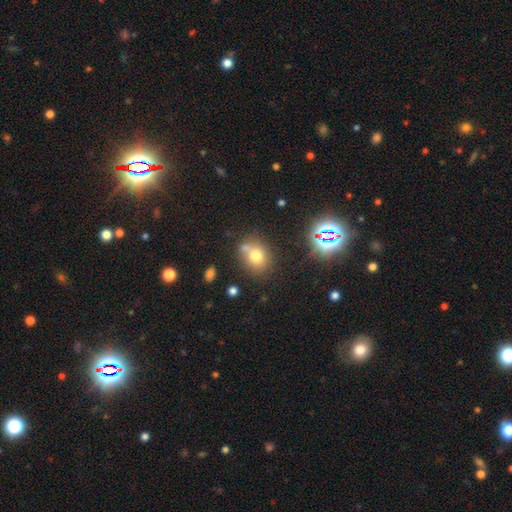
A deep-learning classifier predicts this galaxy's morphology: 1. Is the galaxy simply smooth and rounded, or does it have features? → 70% smooth, 16% star or artifact, 14% featured or disk.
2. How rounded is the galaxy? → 61% round, 38% in between, 1% cigar-shaped.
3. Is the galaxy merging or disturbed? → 57% none, 21% merger, 17% minor disturbance, 6% major disturbance.